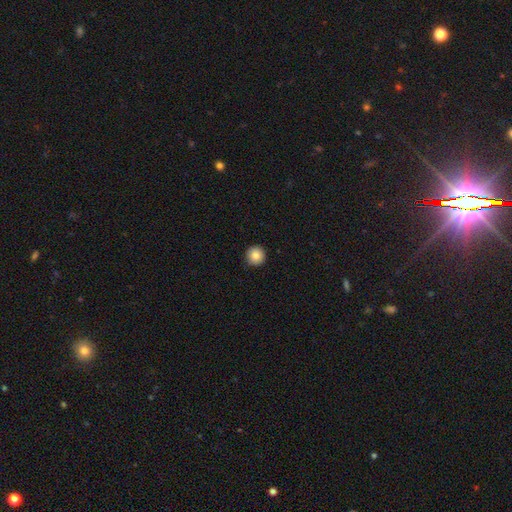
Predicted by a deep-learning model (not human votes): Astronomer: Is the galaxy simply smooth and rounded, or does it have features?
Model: smooth — 84%.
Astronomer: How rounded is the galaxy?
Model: round — 96%.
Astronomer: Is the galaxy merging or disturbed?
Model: none — 92%.